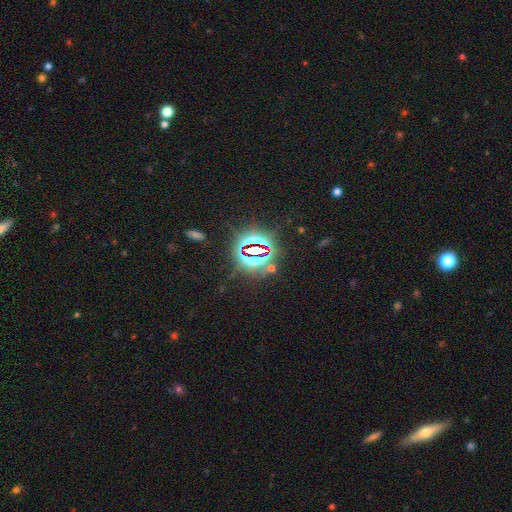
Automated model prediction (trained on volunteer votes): Smooth or featured? Predicted: star or artifact (p=0.82).